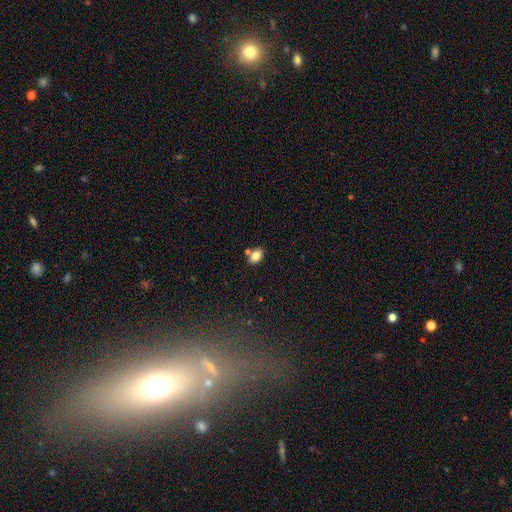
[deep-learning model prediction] Smooth or featured? Predicted: smooth (p=0.82). How rounded? Predicted: in between (p=0.87). Merging? Predicted: none (p=0.68).